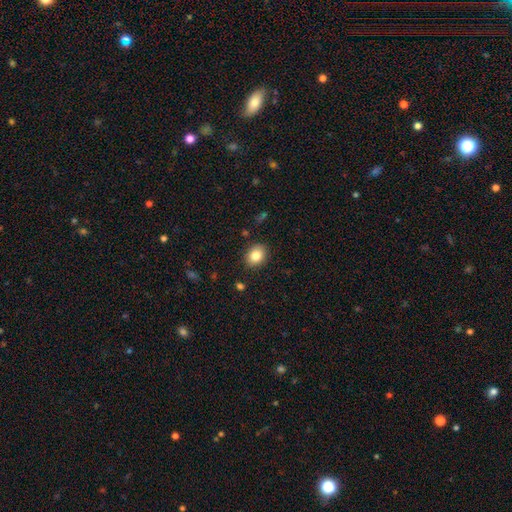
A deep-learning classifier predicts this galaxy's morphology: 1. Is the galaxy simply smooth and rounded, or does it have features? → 83% smooth, 9% star or artifact, 8% featured or disk.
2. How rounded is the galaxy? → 56% in between, 43% round, 1% cigar-shaped.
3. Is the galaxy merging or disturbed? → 88% none, 9% minor disturbance, 2% major disturbance, 1% merger.